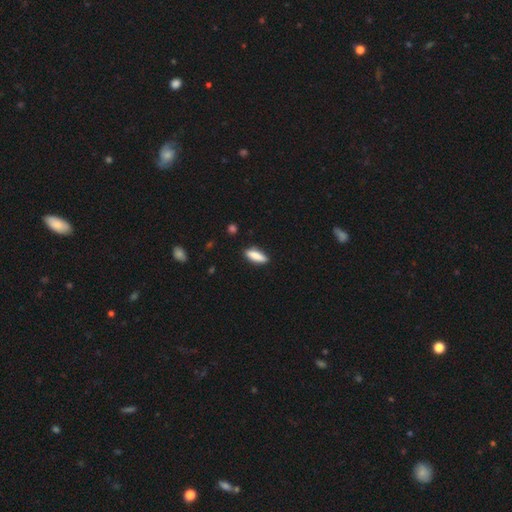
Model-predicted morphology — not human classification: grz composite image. It shows a smooth galaxy with no disk features (82%) that is cigar-shaped (50%). Merging: none (86%).